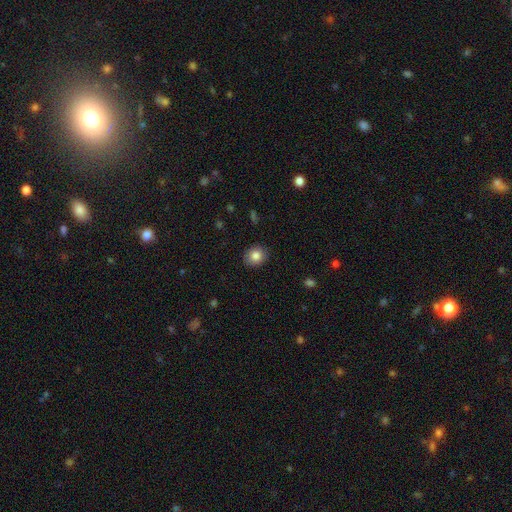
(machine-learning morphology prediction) Smooth or featured? smooth (83%)
How rounded? round (67%)
Merging? none (89%)